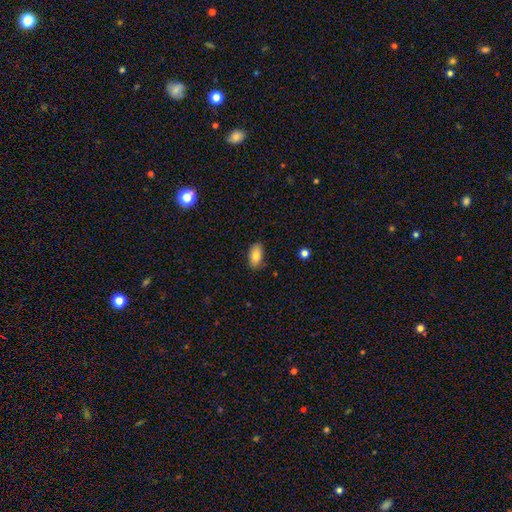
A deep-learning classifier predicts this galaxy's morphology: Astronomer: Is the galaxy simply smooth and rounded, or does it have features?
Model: smooth — 83%.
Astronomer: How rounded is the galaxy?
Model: in between — 92%.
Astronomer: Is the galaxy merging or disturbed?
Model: none — 82%.